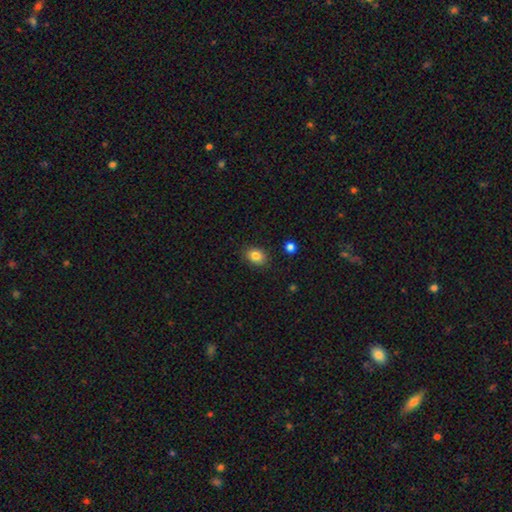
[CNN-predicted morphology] Smooth or featured?
  - smooth: 84% *
  - star or artifact: 9%
  - featured or disk: 7%
How rounded?
  - in between: 66% *
  - round: 33%
  - cigar-shaped: 1%
Merging?
  - none: 86% *
  - minor disturbance: 10%
  - major disturbance: 2%
  - merger: 2%